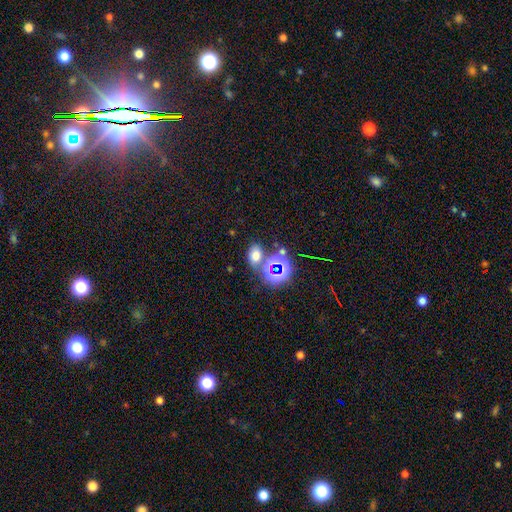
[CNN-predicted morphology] Smooth or featured?
  - smooth: 62% *
  - star or artifact: 28%
  - featured or disk: 10%
How rounded?
  - in between: 72% *
  - round: 27%
  - cigar-shaped: 1%
Merging?
  - none: 65% *
  - merger: 18%
  - minor disturbance: 12%
  - major disturbance: 5%